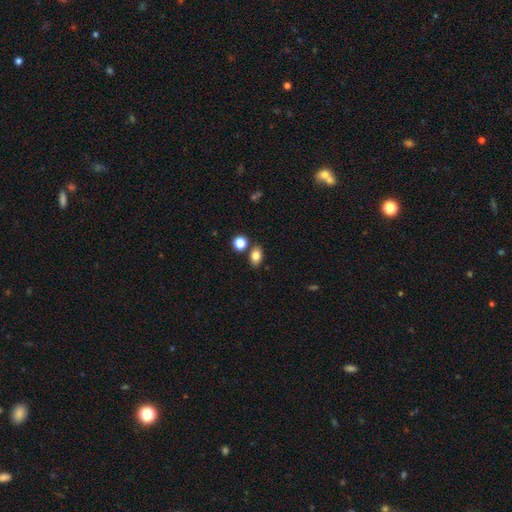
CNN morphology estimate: The model was most divided on "how rounded": in between: 78%, round: 21%, cigar-shaped: 2%. More confident: smooth or featured — smooth (81%); merging — none (76%).